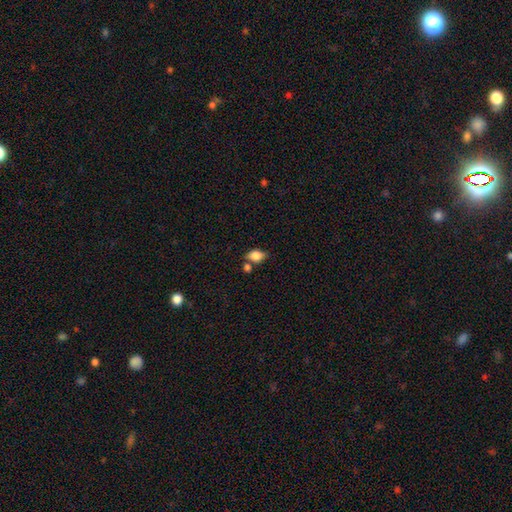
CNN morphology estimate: Smooth or featured: smooth — 78% (featured or disk — 13%)
How rounded: in between — 78% (round — 18%)
Merging: none — 59% (merger — 18%)